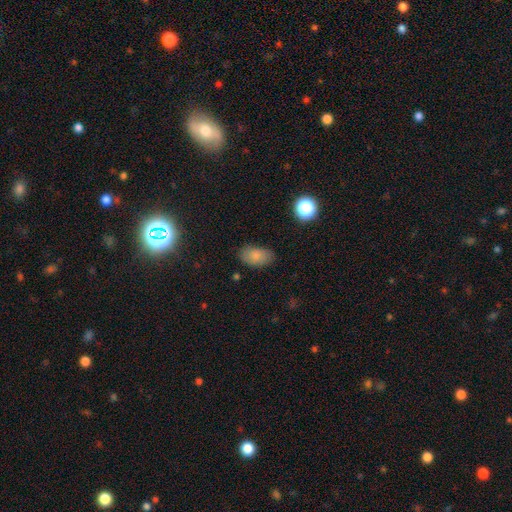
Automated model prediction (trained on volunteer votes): smooth_or_featured: smooth (p=0.82) [alt: star or artifact p=0.10]
how_rounded: in between (p=0.90) [alt: round p=0.08]
merging: none (p=0.79) [alt: minor disturbance p=0.16]